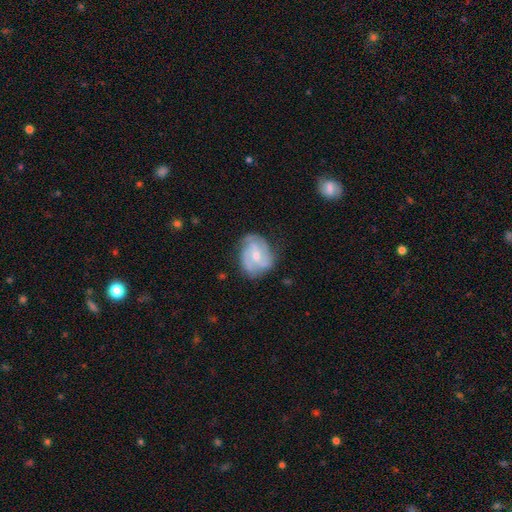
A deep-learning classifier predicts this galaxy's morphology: Smooth or featured?
  - featured or disk: 77% *
  - smooth: 18%
  - star or artifact: 5%
Edge-on disk?
  - no: 98% *
  - yes: 2%
Bar?
  - no: 46% *
  - weak: 43%
  - strong: 11%
Spiral arms?
  - yes: 92% *
  - no: 8%
Spiral winding?
  - medium: 45% *
  - tight: 42%
  - loose: 13%
Spiral arm count?
  - 3: 37% *
  - 2: 33%
  - can't tell: 17%
  - 4: 6%
  - 1: 3%
  - more than 4: 3%
Bulge size?
  - moderate: 50% *
  - small: 46%
  - large: 2%
  - none: 2%
  - dominant: 1%
Merging?
  - none: 68% *
  - minor disturbance: 23%
  - major disturbance: 8%
  - merger: 2%